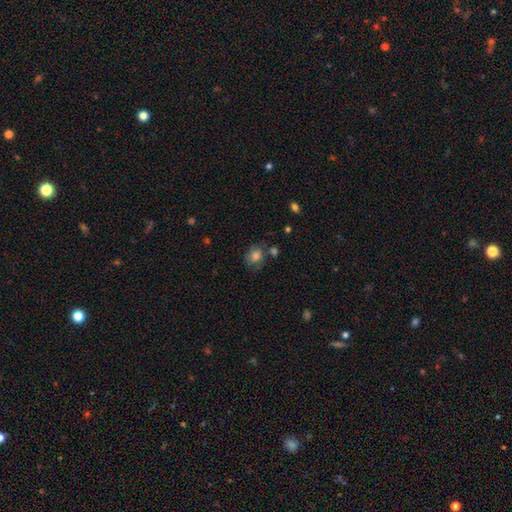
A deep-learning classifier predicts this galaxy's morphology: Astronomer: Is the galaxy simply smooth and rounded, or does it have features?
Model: smooth — 75%.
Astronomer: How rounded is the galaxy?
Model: round — 50% (runner-up: in between, 49%).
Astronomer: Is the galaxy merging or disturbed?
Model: none — 58%.